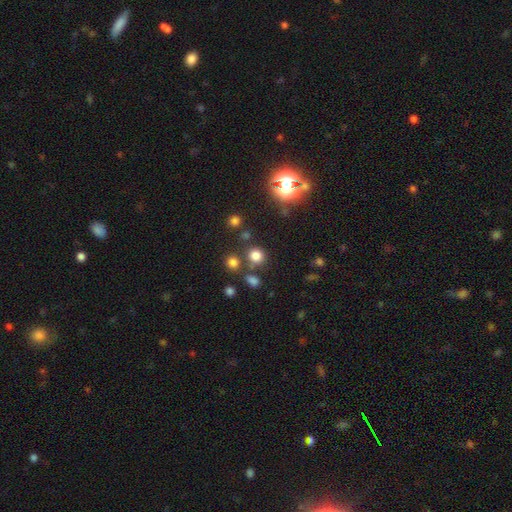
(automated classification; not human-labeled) Smooth or featured? Predicted: smooth (p=0.75). How rounded? Predicted: round (p=0.87). Merging? Predicted: none (p=0.75).